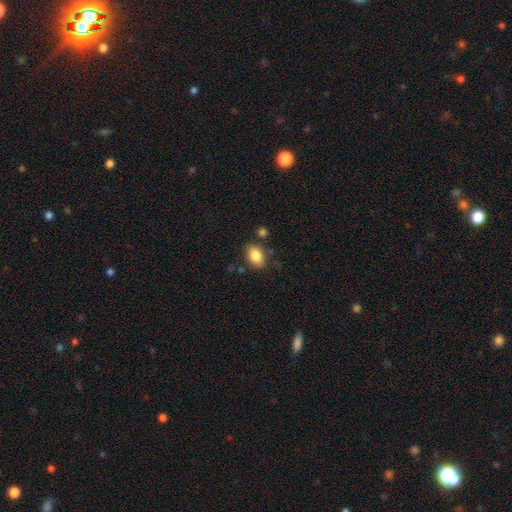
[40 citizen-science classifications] Overall: smooth (90%). How rounded: in between (89%). Merging: none (87%).